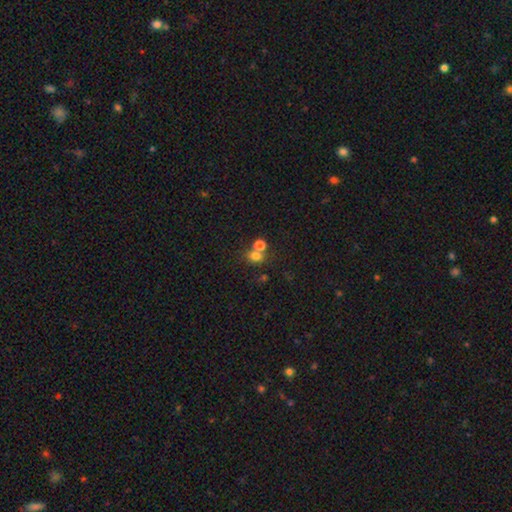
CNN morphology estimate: A smooth galaxy with no disk features (74%) that is round (58%). Merging: none (46%).